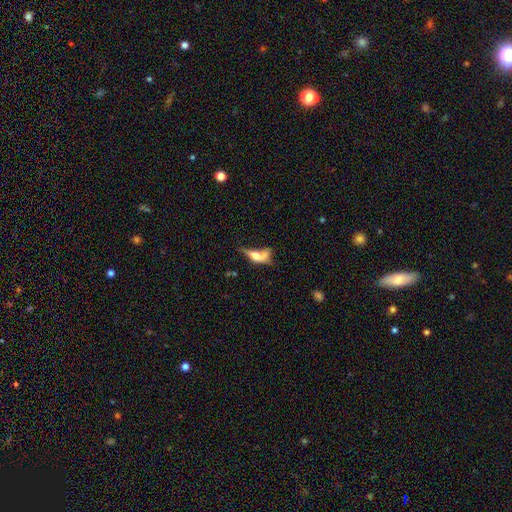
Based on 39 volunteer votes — Overall: featured or disk (54%; smooth 38%). Edge-on disk: yes (71%). Edge-on bulge: rounded (100%). Merging: none (33%; major disturbance 25%).